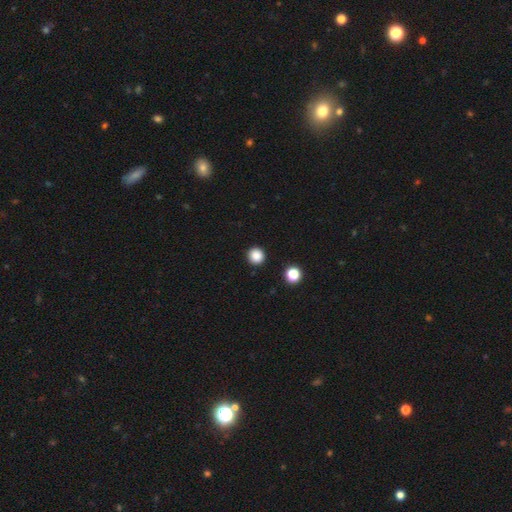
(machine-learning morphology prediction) Smooth or featured? Predicted: smooth (p=0.86). How rounded? Predicted: round (p=0.94). Merging? Predicted: none (p=0.92).